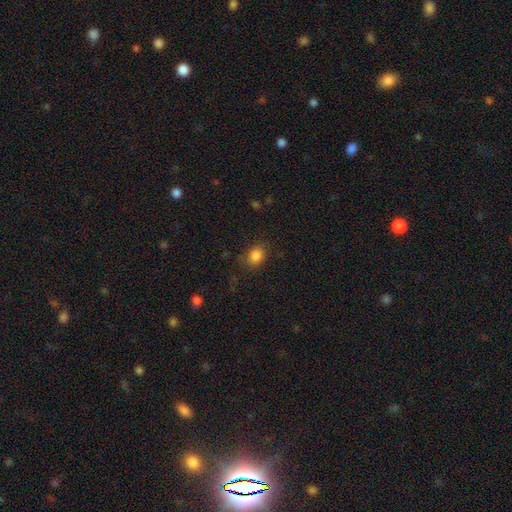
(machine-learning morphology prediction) A smooth galaxy with no disk features (85%) that is round (51%). Merging: none (78%).